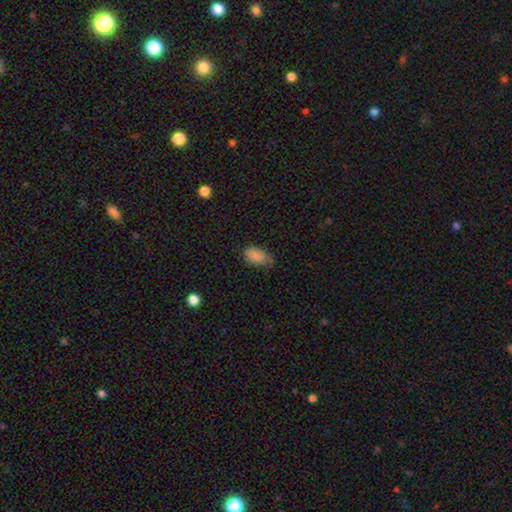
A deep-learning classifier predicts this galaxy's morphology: type=smooth (85%); roundness=in between (92%); merging=none (50%).